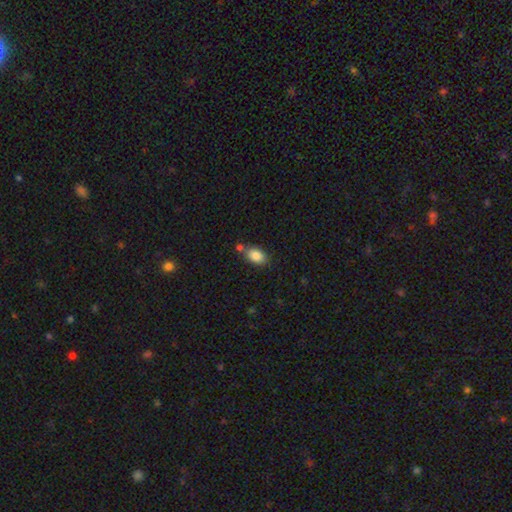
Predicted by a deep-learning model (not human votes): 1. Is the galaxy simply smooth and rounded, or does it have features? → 86% smooth, 8% star or artifact, 6% featured or disk.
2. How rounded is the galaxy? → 86% in between, 12% round, 2% cigar-shaped.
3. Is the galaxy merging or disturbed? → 65% none, 16% merger, 15% minor disturbance, 4% major disturbance.